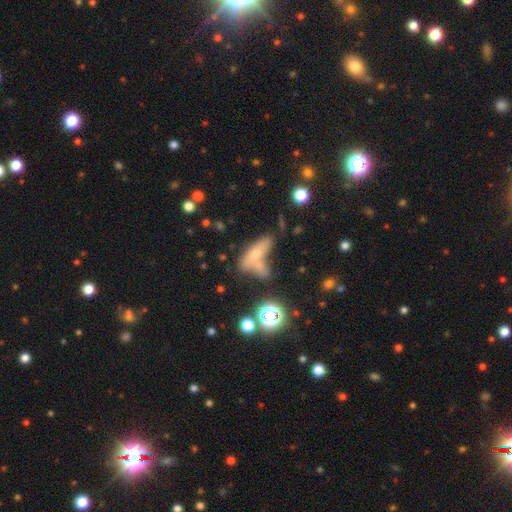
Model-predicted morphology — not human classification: A smooth galaxy with no disk features (58%) that is in between round and cigar-shaped (59%). Merging: merger (44%).